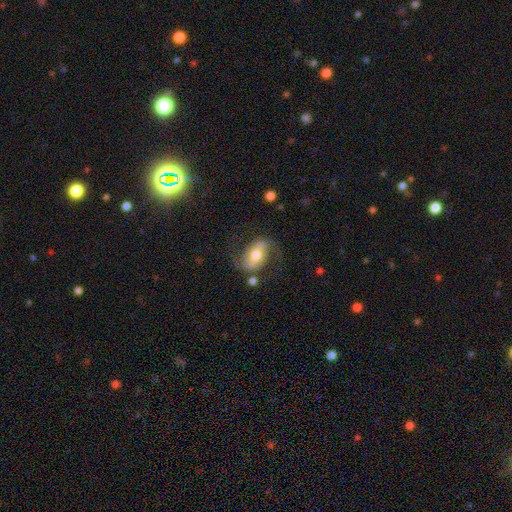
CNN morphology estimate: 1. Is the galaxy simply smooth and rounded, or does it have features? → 62% featured or disk, 31% smooth, 7% star or artifact.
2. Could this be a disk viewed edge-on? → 93% no, 7% yes.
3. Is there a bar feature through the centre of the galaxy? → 43% strong, 32% weak, 25% no.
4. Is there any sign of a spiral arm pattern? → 82% yes, 18% no.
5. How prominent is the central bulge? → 68% moderate, 19% small, 10% large, 2% dominant, 1% none.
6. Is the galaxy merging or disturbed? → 66% none, 18% minor disturbance, 12% major disturbance, 4% merger.